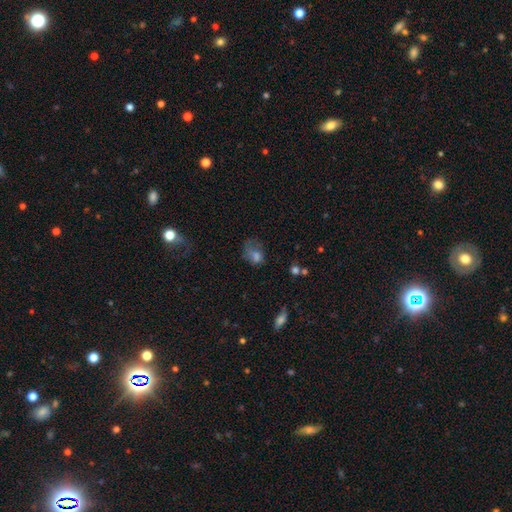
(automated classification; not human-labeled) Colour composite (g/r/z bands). It shows a smooth galaxy with no disk features (60%) that is in between round and cigar-shaped (68%). Merging: major disturbance (37%).